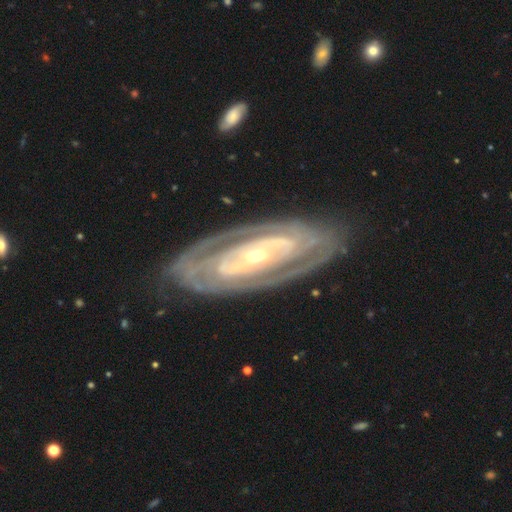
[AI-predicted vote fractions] A featured or disk galaxy (86%) with no bar (56%), tight (73%) spiral arms (80%) and a small central bulge (68%).

Vote fractions:
- Smooth or featured? featured or disk: 86% / smooth: 9% / star or artifact: 5%
- Edge-on disk? no: 90% / yes: 10%
- Bar? no: 56% / weak: 23% / strong: 20%
- Spiral arms? yes: 80% / no: 20%
- Spiral winding? tight: 73% / medium: 20% / loose: 6%
- Spiral arm count? can't tell: 40% / 2: 36% / 3: 9% / 4: 5% / 1: 5% / more than 4: 5%
- Bulge size? small: 68% / moderate: 27% / large: 2% / none: 1% / dominant: 1%
- Merging? none: 80% / minor disturbance: 13% / major disturbance: 5% / merger: 2%